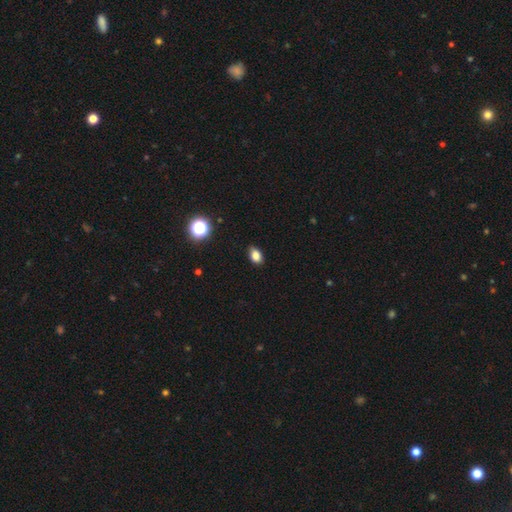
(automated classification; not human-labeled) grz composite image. It shows a smooth galaxy with no disk features (82%) that is in between round and cigar-shaped (82%). Merging: none (84%).